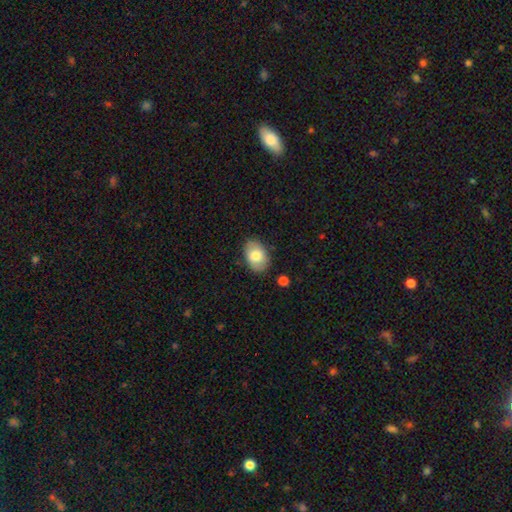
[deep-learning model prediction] Smooth or featured: smooth — 75% (featured or disk — 18%)
How rounded: in between — 86% (round — 13%)
Merging: none — 85% (minor disturbance — 11%)